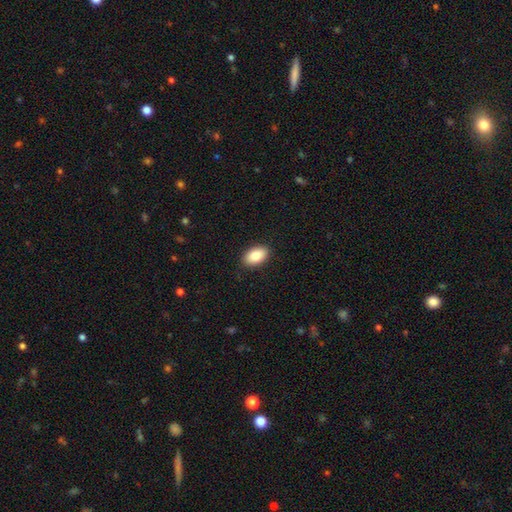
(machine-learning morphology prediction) smooth_or_featured: smooth (p=0.85) [alt: featured or disk p=0.08]
how_rounded: in between (p=0.92) [alt: round p=0.06]
merging: none (p=0.89) [alt: minor disturbance p=0.08]